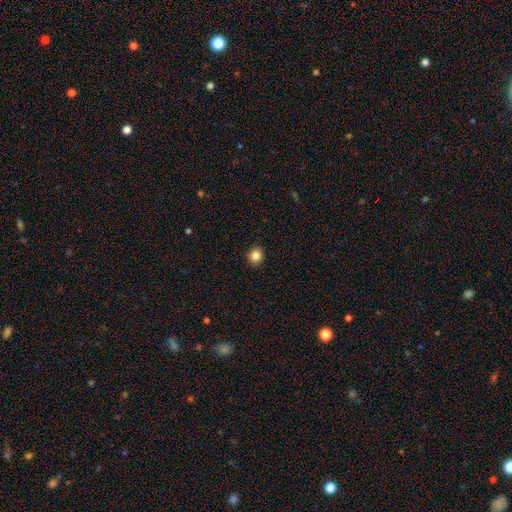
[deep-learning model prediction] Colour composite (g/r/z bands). It shows a smooth galaxy with no disk features (85%) that is round (90%). Merging: none (93%).